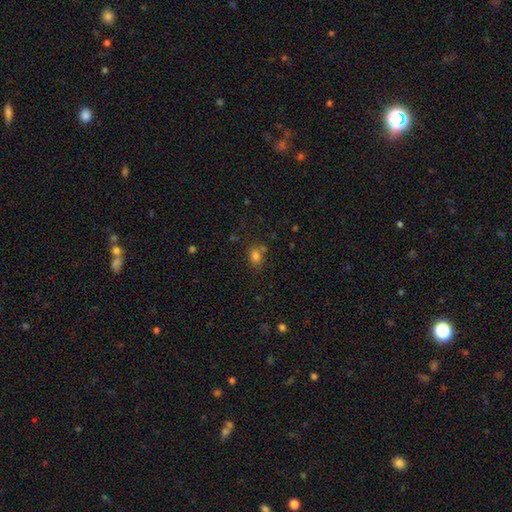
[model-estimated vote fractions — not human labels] A smooth galaxy with no disk features (77%) that is round (53%).

Vote fractions:
- Smooth or featured? smooth: 77% / star or artifact: 15% / featured or disk: 7%
- How rounded? round: 53% / in between: 46% / cigar-shaped: 1%
- Merging? none: 66% / minor disturbance: 15% / merger: 14% / major disturbance: 5%